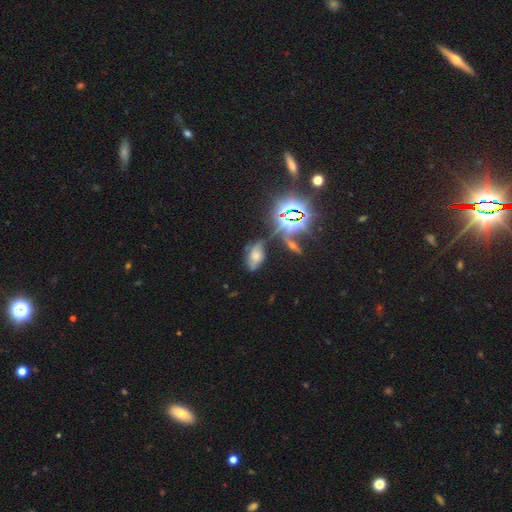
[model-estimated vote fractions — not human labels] This is marginally a star or artifact rather than a galaxy (37%).